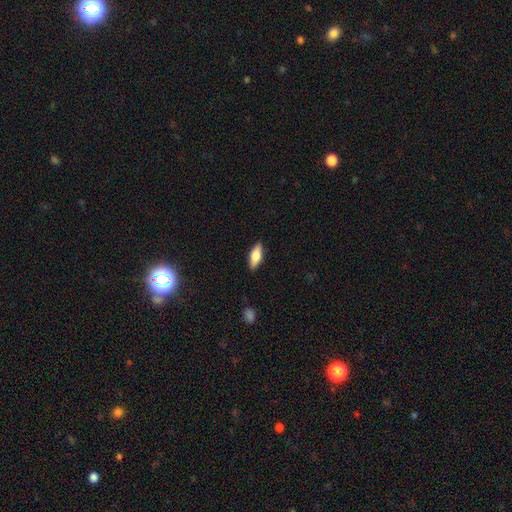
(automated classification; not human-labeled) smooth-or-featured: smooth: 75% | featured or disk: 19% | star or artifact: 6%
  how-rounded: in between: 75% | cigar-shaped: 22% | round: 2%
  merging: none: 88% | minor disturbance: 9% | major disturbance: 2% | merger: 1%